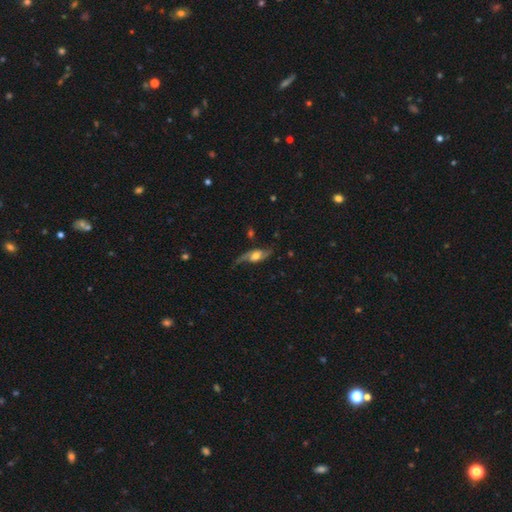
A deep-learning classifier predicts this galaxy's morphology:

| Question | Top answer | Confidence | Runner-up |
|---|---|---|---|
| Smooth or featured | featured or disk | 76% | smooth (17%) |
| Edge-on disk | no | 82% | yes (18%) |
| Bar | no | 60% | weak (30%) |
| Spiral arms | yes | 91% | no (9%) |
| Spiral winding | loose | 77% | medium (17%) |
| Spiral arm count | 2 | 89% | 1 (5%) |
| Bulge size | moderate | 58% | large (23%) |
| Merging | none | 62% | minor disturbance (22%) |